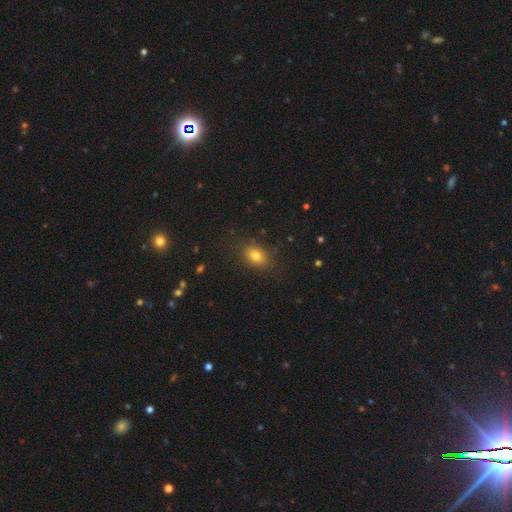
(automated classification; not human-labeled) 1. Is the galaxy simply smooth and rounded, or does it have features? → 81% smooth, 11% star or artifact, 8% featured or disk.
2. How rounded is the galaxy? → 76% in between, 22% round, 2% cigar-shaped.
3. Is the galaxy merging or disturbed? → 85% none, 11% minor disturbance, 3% major disturbance, 1% merger.